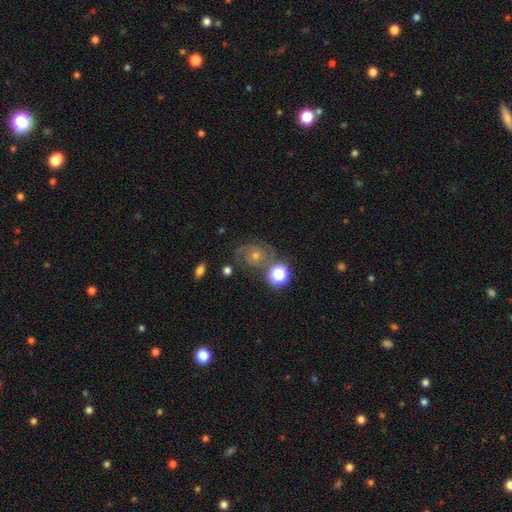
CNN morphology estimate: smooth_or_featured: featured or disk (p=0.65) [alt: star or artifact p=0.18]
disk_edge_on: no (p=0.97) [alt: yes p=0.03]
bar: no (p=0.76) [alt: weak p=0.20]
has_spiral_arms: yes (p=0.92) [alt: no p=0.08]
spiral_winding: tight (p=0.47) [alt: medium p=0.41]
spiral_arm_count: 2 (p=0.55) [alt: can't tell p=0.19]
bulge_size: moderate (p=0.46) [tied with: small p=0.46]
merging: none (p=0.68) [alt: minor disturbance p=0.15]